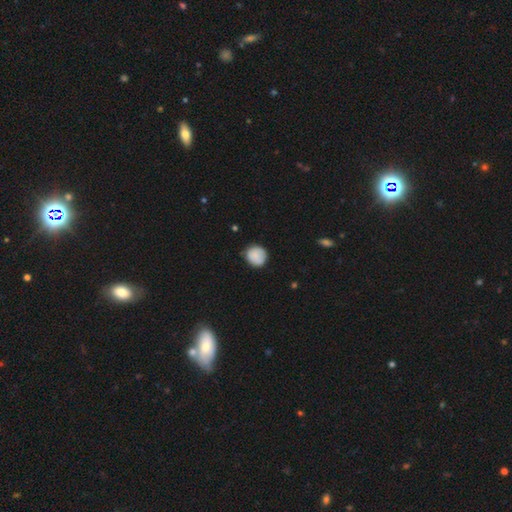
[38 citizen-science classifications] Volunteers were most divided on "merging": minor disturbance: 54%, none: 43%, major disturbance: 3%, merger: 0%. More confident: smooth or featured — smooth (95%); how rounded — round (78%).